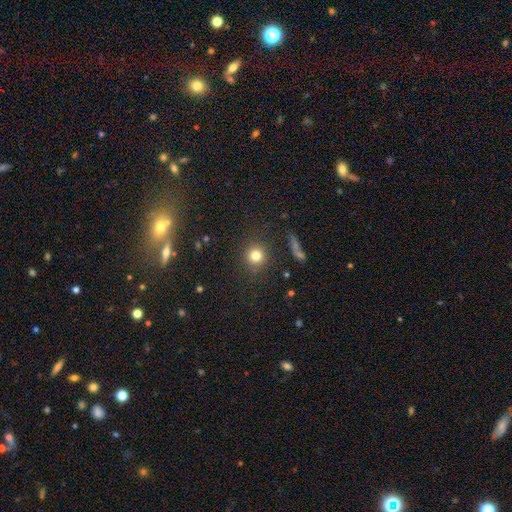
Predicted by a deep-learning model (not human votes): Smooth or featured? smooth (80%)
How rounded? round (93%)
Merging? none (88%)